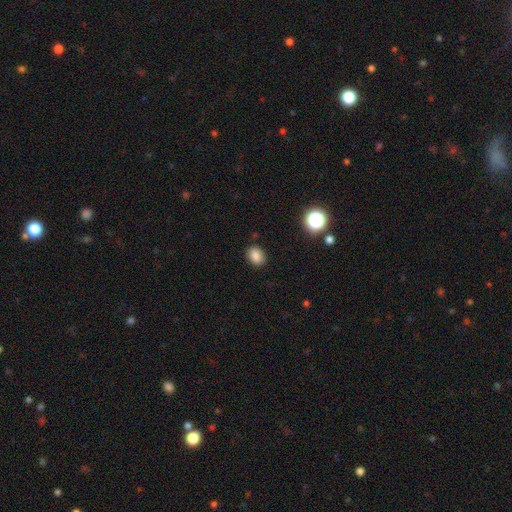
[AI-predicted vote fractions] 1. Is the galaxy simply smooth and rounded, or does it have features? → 84% smooth, 12% star or artifact, 4% featured or disk.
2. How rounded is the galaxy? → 55% in between, 44% round, 1% cigar-shaped.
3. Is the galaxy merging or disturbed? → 86% none, 10% minor disturbance, 3% major disturbance, 2% merger.